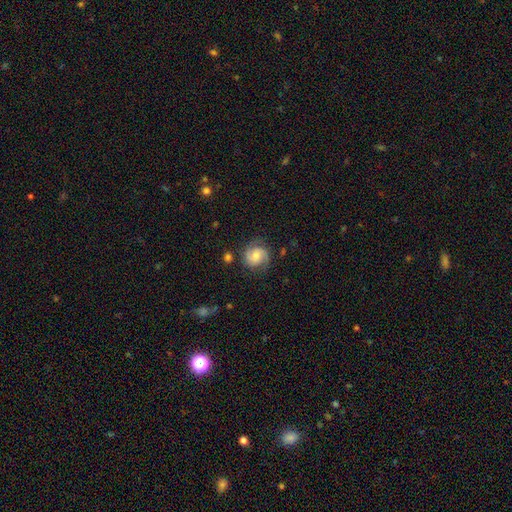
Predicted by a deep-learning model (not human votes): The model was most divided on "spiral winding": medium: 44%, tight: 41%, loose: 15%. Remaining: edge-on disk — no (98%); spiral arms — yes (95%); spiral arm count — 2 (83%); merging — none (76%); smooth or featured — featured or disk (69%); bar — no (63%); bulge size — moderate (50%).